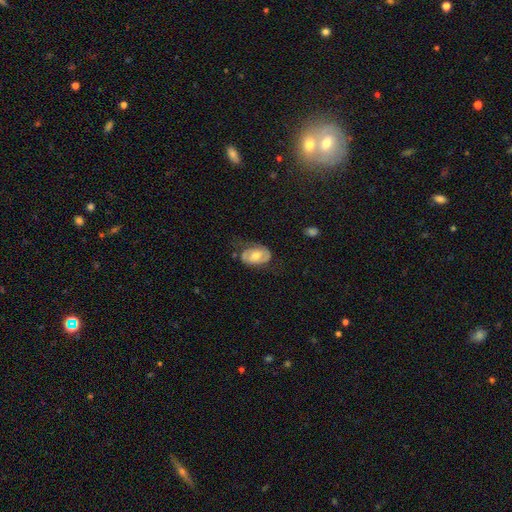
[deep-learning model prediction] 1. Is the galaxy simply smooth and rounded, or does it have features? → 50% featured or disk, 44% smooth, 7% star or artifact.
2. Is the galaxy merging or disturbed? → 50% none, 29% minor disturbance, 19% major disturbance, 2% merger.